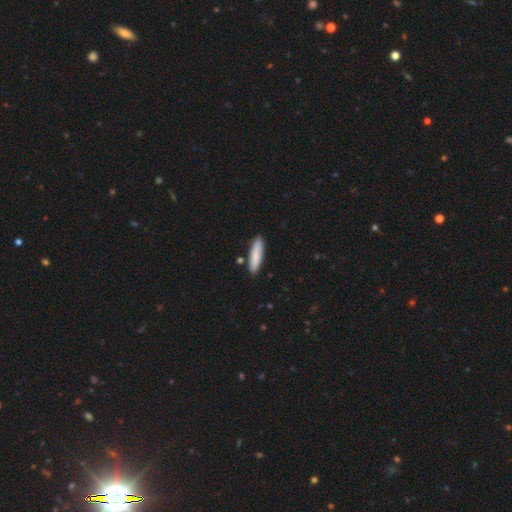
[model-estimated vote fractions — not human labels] Overall: smooth (84%). How rounded: cigar-shaped (71%). Merging: none (86%).